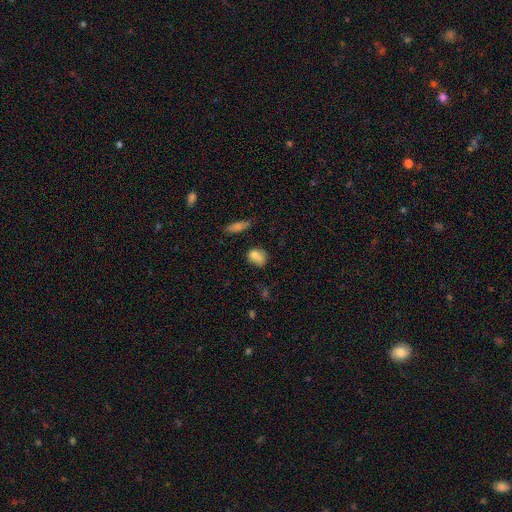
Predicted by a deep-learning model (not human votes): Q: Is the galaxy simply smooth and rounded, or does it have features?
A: smooth — 74%.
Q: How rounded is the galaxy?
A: in between — 51%.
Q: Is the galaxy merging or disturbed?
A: none — 50%.